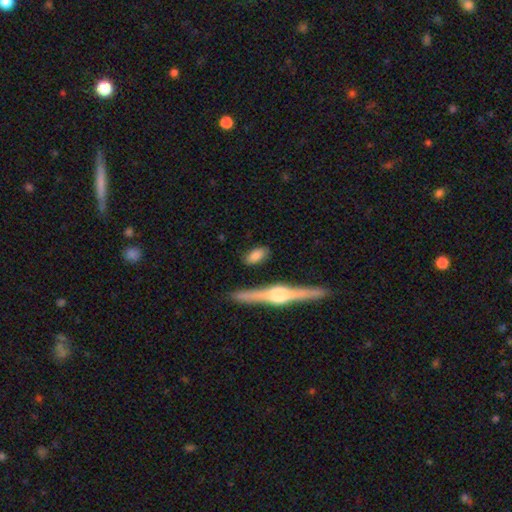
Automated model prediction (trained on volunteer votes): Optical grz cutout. It shows a smooth galaxy with no disk features (72%) that is in between round and cigar-shaped (80%). Merging: none (80%).